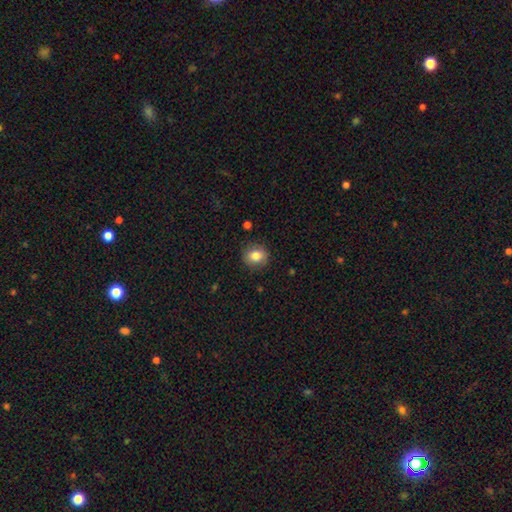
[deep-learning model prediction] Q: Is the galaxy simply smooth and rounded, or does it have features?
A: smooth — 83%.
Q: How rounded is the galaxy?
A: round — 77%.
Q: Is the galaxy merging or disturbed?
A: none — 87%.